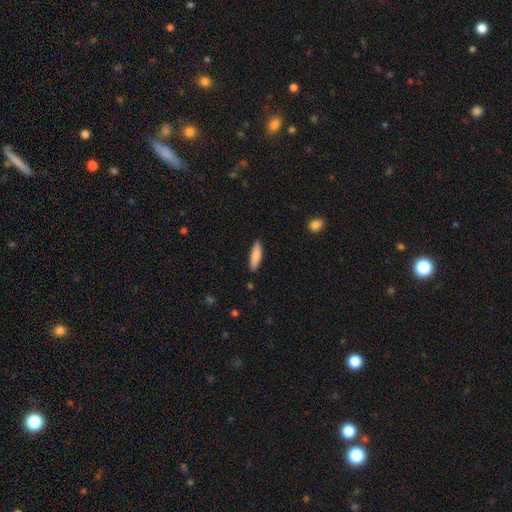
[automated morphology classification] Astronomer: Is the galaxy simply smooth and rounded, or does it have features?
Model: smooth — 83%.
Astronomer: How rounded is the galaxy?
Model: cigar-shaped — 66%.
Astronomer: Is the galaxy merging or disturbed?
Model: none — 89%.